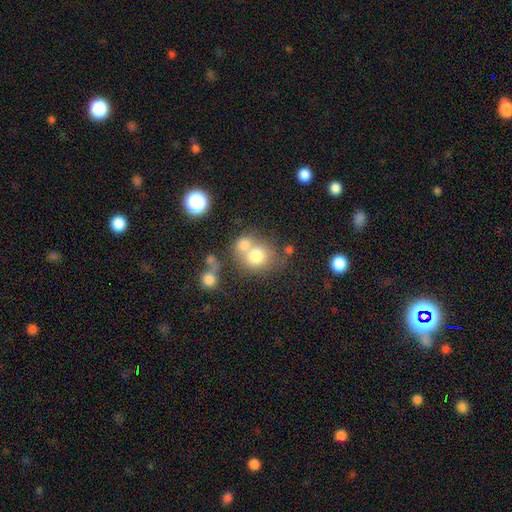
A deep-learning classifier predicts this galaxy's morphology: The model was most divided on "merging": merger: 45%, none: 39%, minor disturbance: 10%, major disturbance: 6%. More confident: how rounded — round (75%); smooth or featured — smooth (74%).